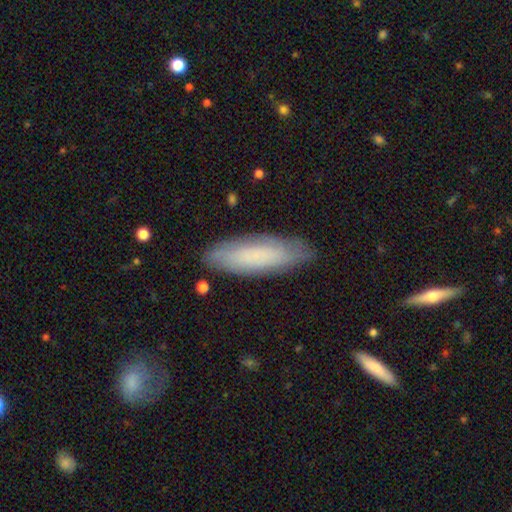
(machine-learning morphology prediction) smooth-or-featured: smooth: 67% | featured or disk: 26% | star or artifact: 8%
  how-rounded: in between: 52% | cigar-shaped: 47% | round: 2%
  merging: none: 82% | minor disturbance: 14% | major disturbance: 3% | merger: 2%